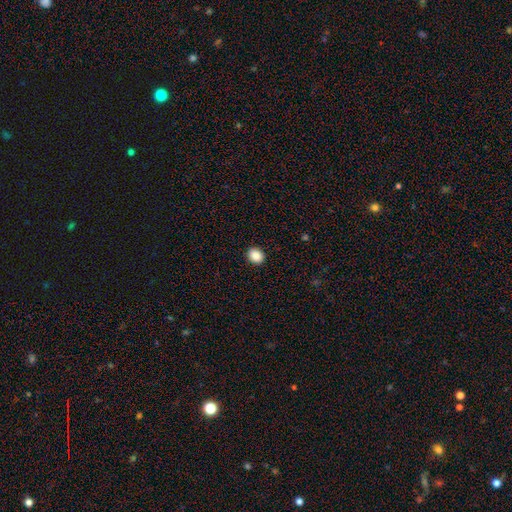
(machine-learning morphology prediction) This appears to be a smooth galaxy with no disk features (88%) that is round (61%). Merging: none (92%).